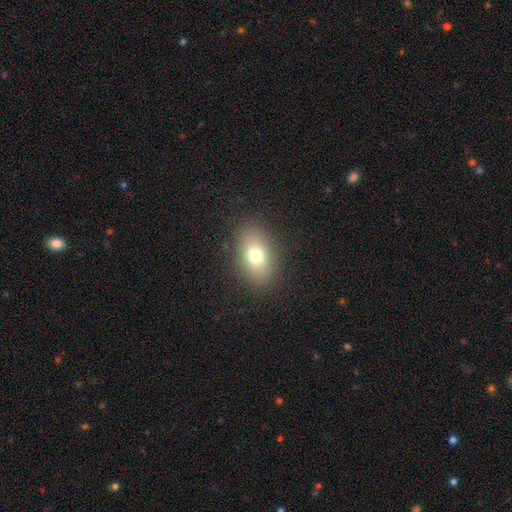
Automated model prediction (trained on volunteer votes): Smooth or featured? smooth (76%)
How rounded? in between (84%)
Merging? none (87%)